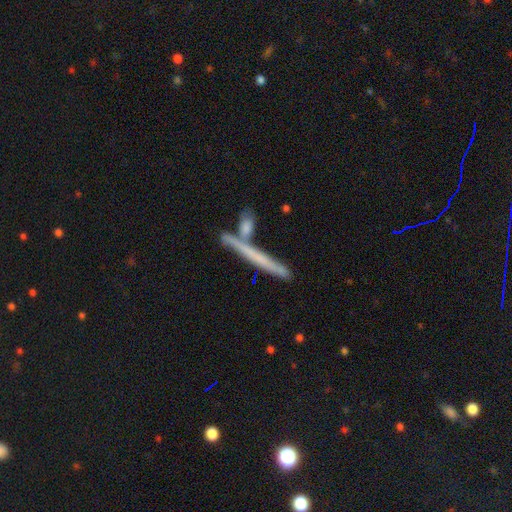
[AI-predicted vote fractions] Smooth or featured? Predicted: featured or disk (p=0.47). Merging? Predicted: none (p=0.72).